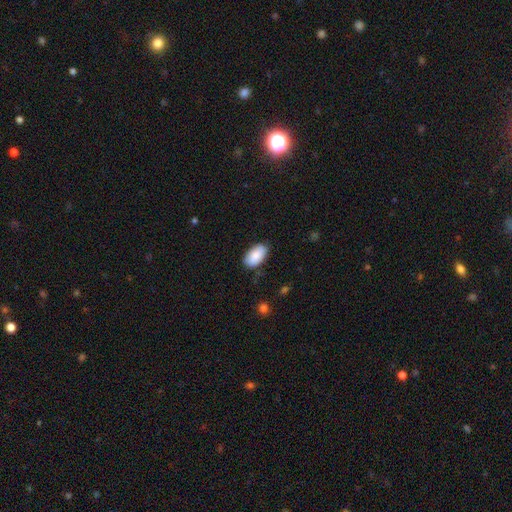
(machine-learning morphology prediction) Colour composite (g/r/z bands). It shows a smooth galaxy with no disk features (88%) that is in between round and cigar-shaped (95%). Merging: none (82%).